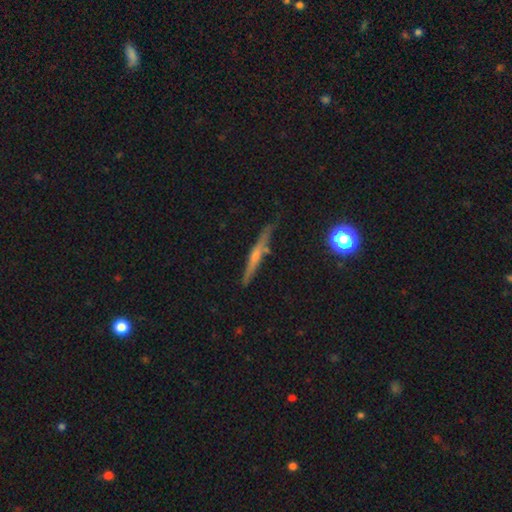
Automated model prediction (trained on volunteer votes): smooth-or-featured: featured or disk: 60% | smooth: 31% | star or artifact: 9%
  disk-edge-on: yes: 96% | no: 4%
    edge-on-bulge: rounded: 61% | none: 32% | boxy: 8%
  merging: none: 81% | minor disturbance: 13% | merger: 3% | major disturbance: 3%